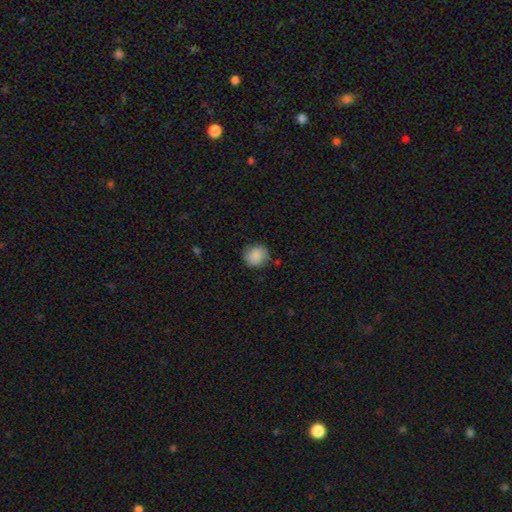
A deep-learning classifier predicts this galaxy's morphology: smooth_or_featured: smooth (p=0.86) [alt: star or artifact p=0.07]
how_rounded: round (p=0.81) [alt: in between p=0.18]
merging: none (p=0.80) [alt: minor disturbance p=0.15]